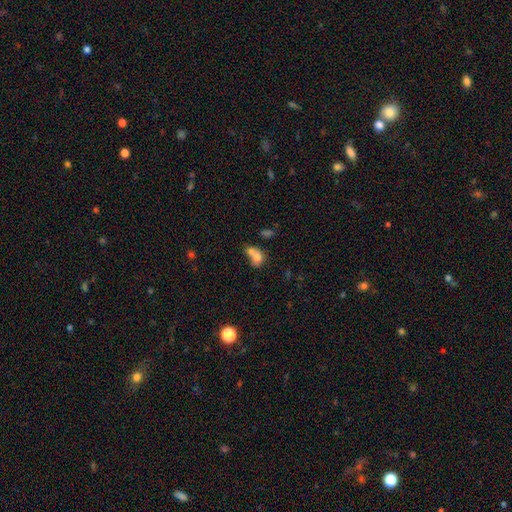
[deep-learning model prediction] Overall: smooth (72%). How rounded: round (50%; in between 49%). Merging: merger (66%).